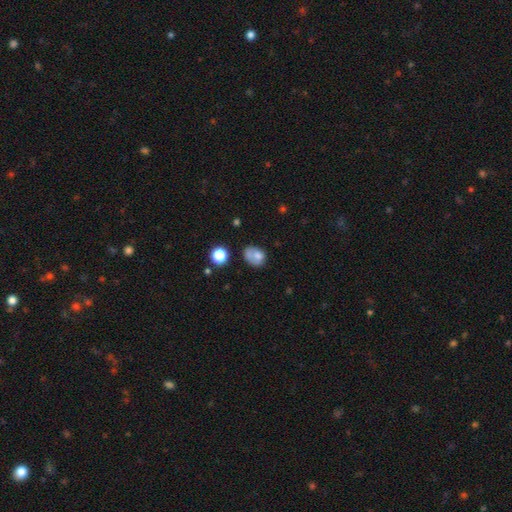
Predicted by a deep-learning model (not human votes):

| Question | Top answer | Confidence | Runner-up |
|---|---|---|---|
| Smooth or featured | smooth | 70% | featured or disk (20%) |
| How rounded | in between | 53% | round (46%) |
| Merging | none | 38% | minor disturbance (24%) |